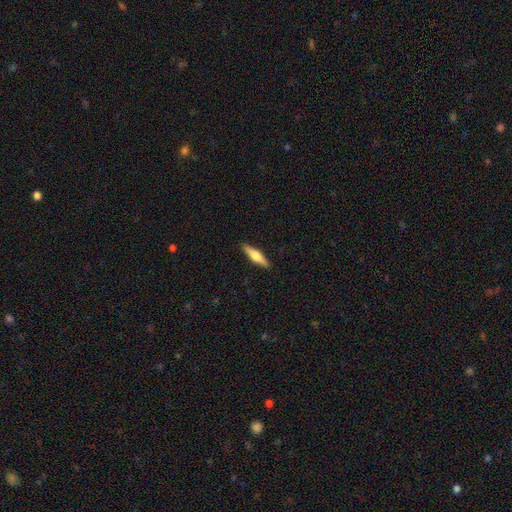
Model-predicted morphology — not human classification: The model was most divided on "smooth or featured": smooth: 48%, featured or disk: 46%, star or artifact: 6%. More confident: merging — none (90%).